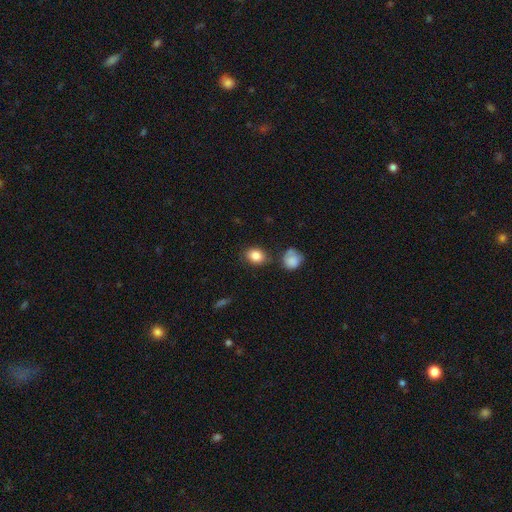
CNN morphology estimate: Overall: smooth (85%). How rounded: in between (58%; round 41%). Merging: none (78%).